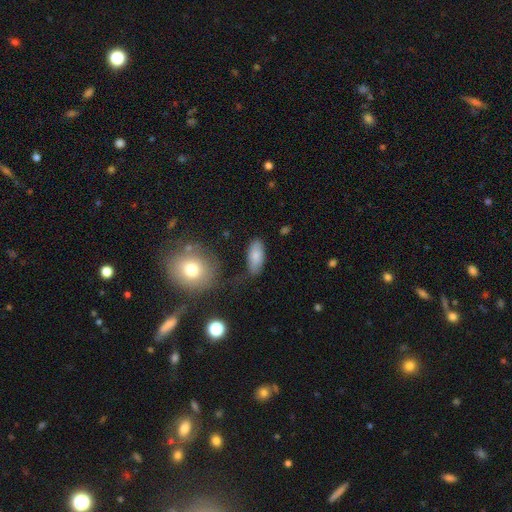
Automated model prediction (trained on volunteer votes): Smooth or featured? smooth (80%)
How rounded? in between (86%)
Merging? none (69%)